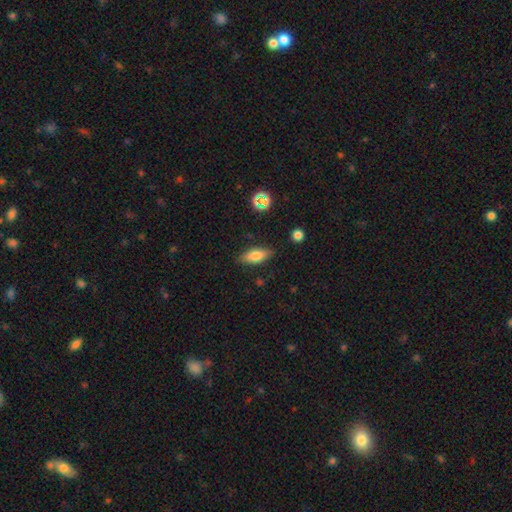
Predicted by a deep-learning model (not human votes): Smooth or featured? smooth (75%)
How rounded? in between (74%)
Merging? none (84%)